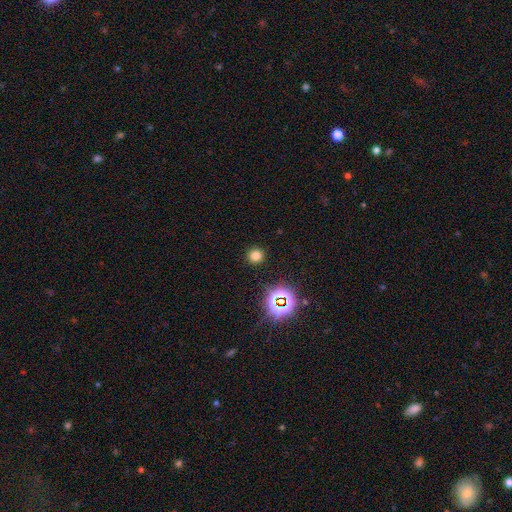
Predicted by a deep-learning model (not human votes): Q: Smooth or featured?
A: smooth (73%); runner-up: star or artifact (22%)
Q: How rounded?
A: round (93%); runner-up: in between (6%)
Q: Merging?
A: none (90%); runner-up: minor disturbance (6%)